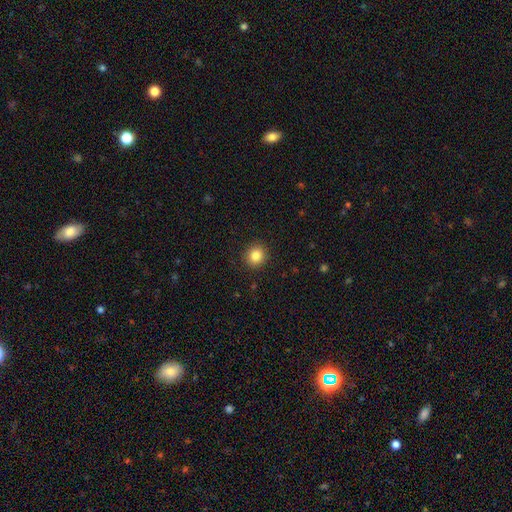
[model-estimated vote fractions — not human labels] Smooth or featured? smooth (85%)
How rounded? round (89%)
Merging? none (92%)